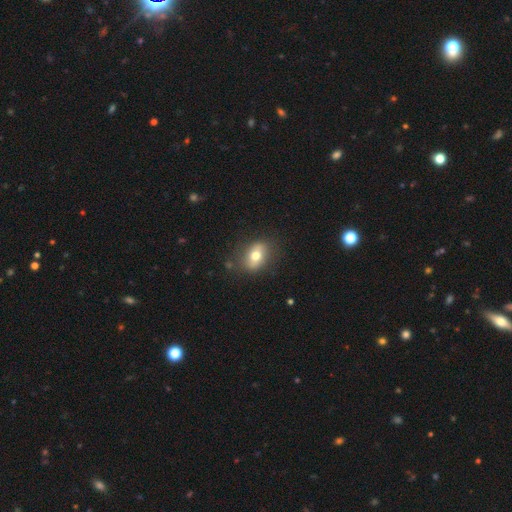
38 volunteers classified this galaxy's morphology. smooth-or-featured: smooth: 68% | featured or disk: 26% | star or artifact: 5%
  how-rounded: in between: 62% | round: 31% | cigar-shaped: 8%
  merging: none: 72% | major disturbance: 14% | minor disturbance: 11% | merger: 3%